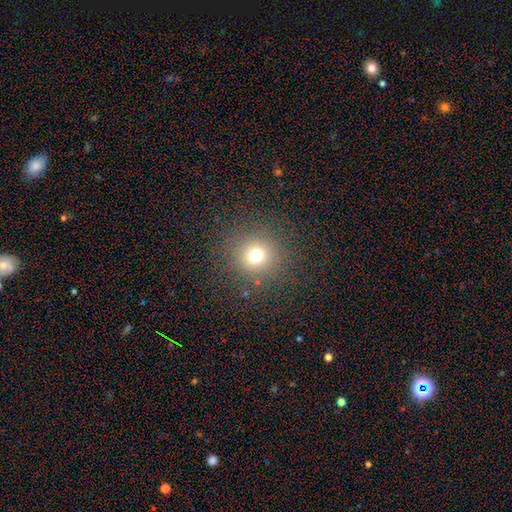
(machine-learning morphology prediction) A smooth galaxy with no disk features (71%) that is round (93%).

Vote fractions:
- Smooth or featured? smooth: 71% / star or artifact: 20% / featured or disk: 9%
- How rounded? round: 93% / in between: 6% / cigar-shaped: 1%
- Merging? none: 87% / minor disturbance: 7% / major disturbance: 5% / merger: 1%